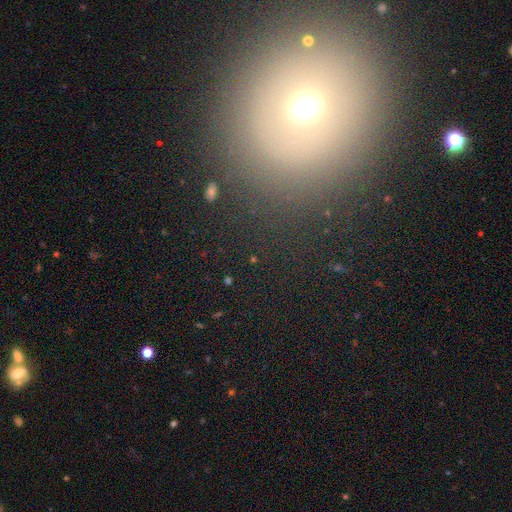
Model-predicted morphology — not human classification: smooth_or_featured: smooth (p=0.45) [alt: star or artifact p=0.39]
merging: none (p=0.84) [alt: minor disturbance p=0.08]